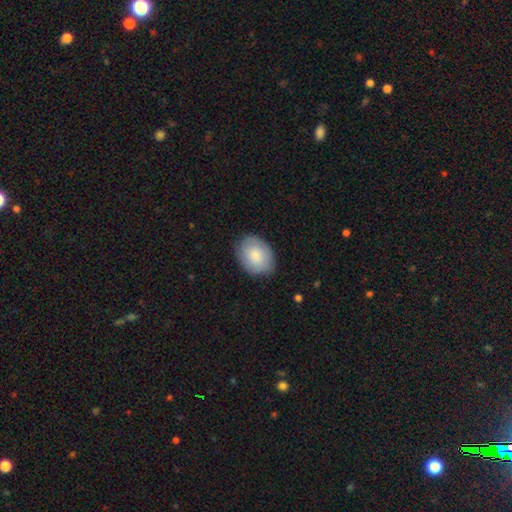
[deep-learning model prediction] Smooth or featured? smooth (79%)
How rounded? in between (70%)
Merging? none (79%)